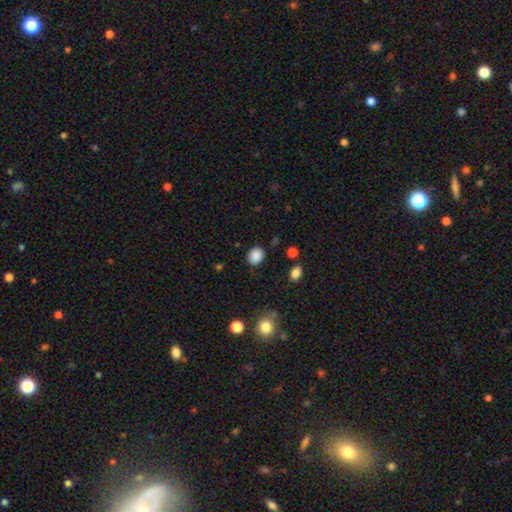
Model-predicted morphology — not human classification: Smooth or featured: smooth — 87% (star or artifact — 10%)
How rounded: round — 61% (in between — 39%)
Merging: none — 83% (minor disturbance — 12%)